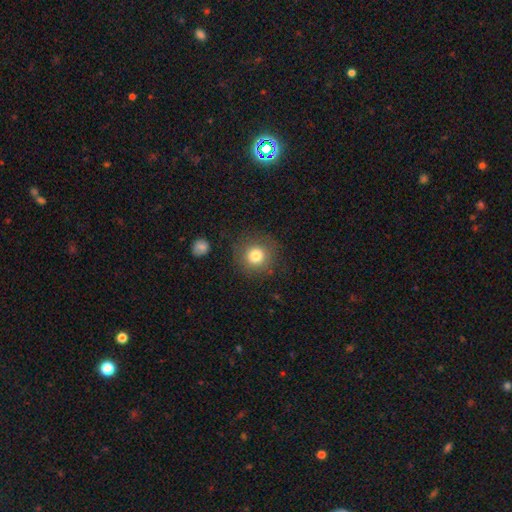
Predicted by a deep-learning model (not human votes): The model was most divided on "smooth or featured": smooth: 79%, star or artifact: 11%, featured or disk: 9%. More confident: how rounded — round (93%); merging — none (83%).